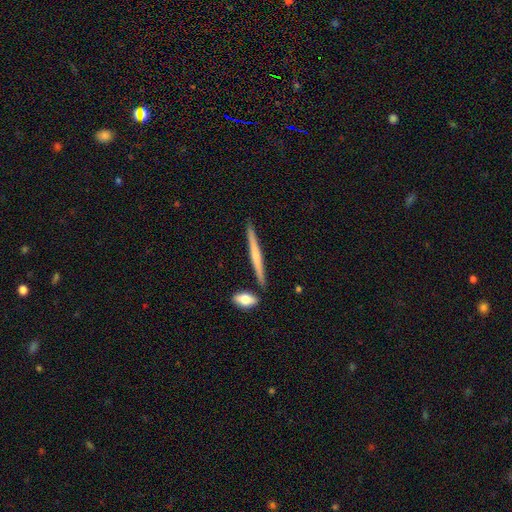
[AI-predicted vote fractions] This appears to be a featured or disk galaxy (48%). Merging: none (86%).